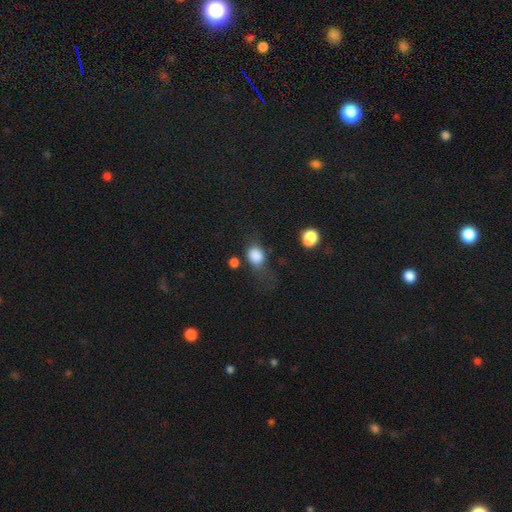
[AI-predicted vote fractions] A smooth galaxy with no disk features (85%) that is in between round and cigar-shaped (50%). Merging: none (49%).